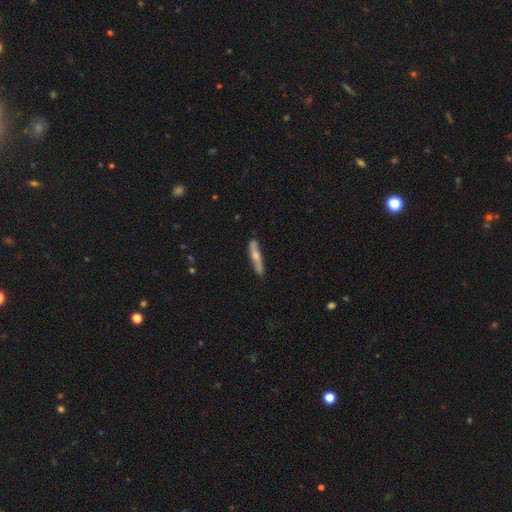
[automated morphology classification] smooth 50%, featured or disk 45%, star or artifact 5%. Down the decision tree: how rounded — cigar-shaped (89%); merging — none (82%).